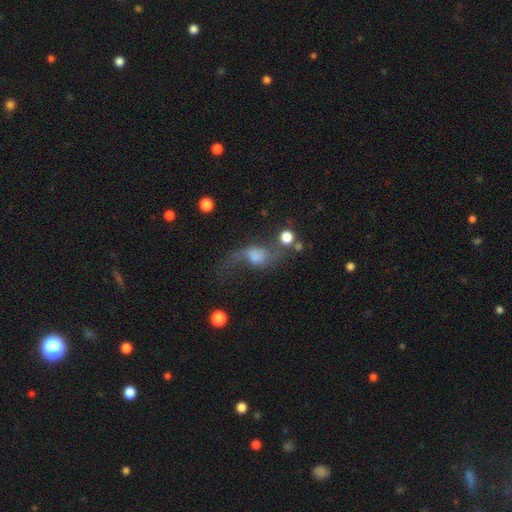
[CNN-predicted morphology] Smooth or featured? Predicted: featured or disk (p=0.56). Edge-on disk? Predicted: no (p=0.89). Merging? Predicted: none (p=0.36).